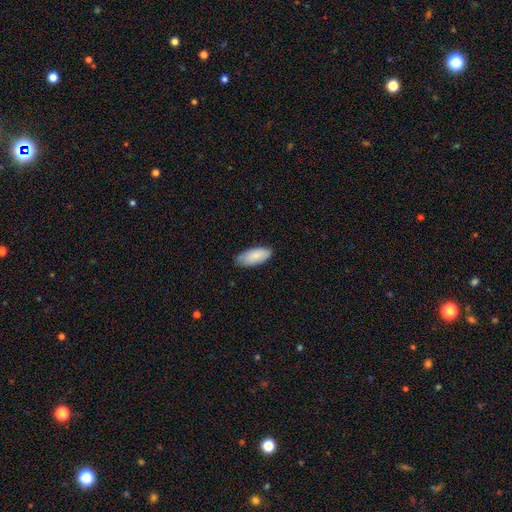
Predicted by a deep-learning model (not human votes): This is clearly a smooth galaxy (85%). How rounded: clearly in between (89%). Merging: likely none (79%).